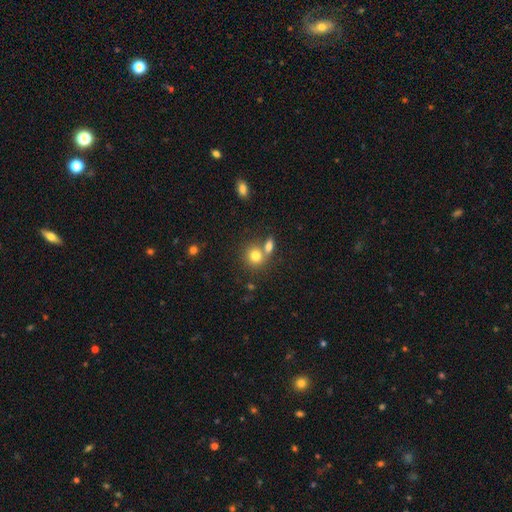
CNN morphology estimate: This is likely a smooth galaxy (79%). How rounded: likely round (78%). Merging: possibly none (49%).